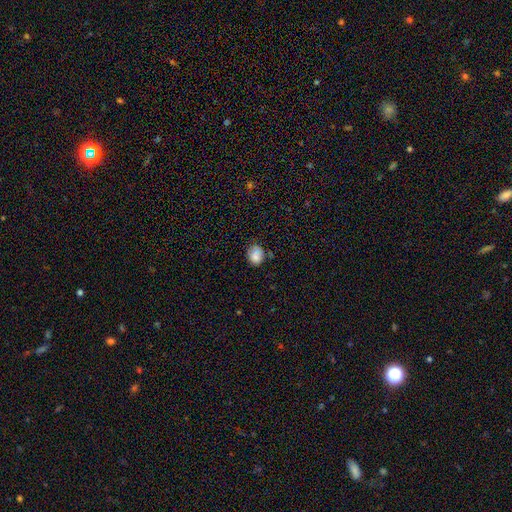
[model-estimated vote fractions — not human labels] This appears to be a smooth galaxy with no disk features (82%) that is round (51%). Merging: none (63%).